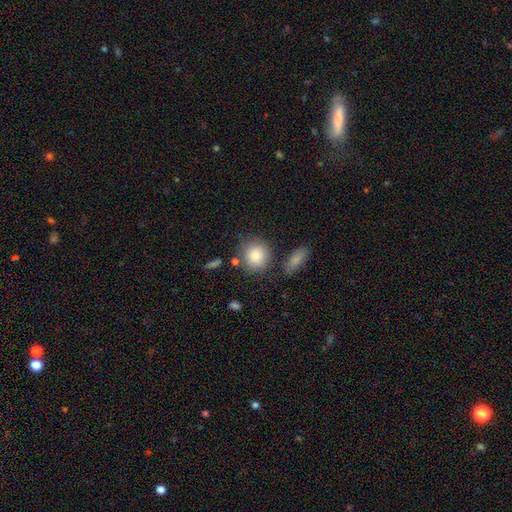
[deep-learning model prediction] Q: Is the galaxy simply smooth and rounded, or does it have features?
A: smooth — 85%.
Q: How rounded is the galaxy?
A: round — 84%.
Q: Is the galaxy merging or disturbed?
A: none — 74%.